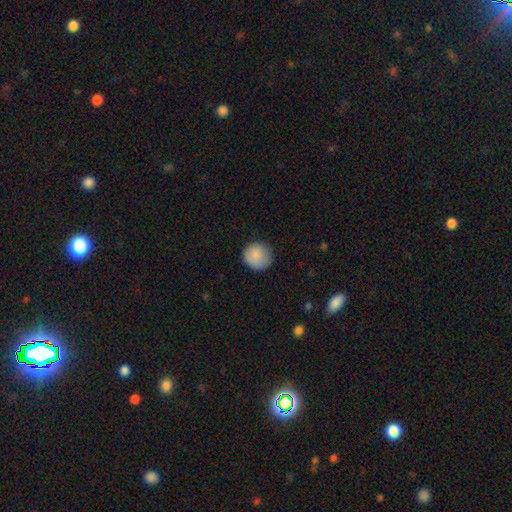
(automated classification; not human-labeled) smooth_or_featured: smooth (p=0.87) [alt: star or artifact p=0.07]
how_rounded: round (p=0.93) [alt: in between p=0.06]
merging: none (p=0.84) [alt: minor disturbance p=0.13]